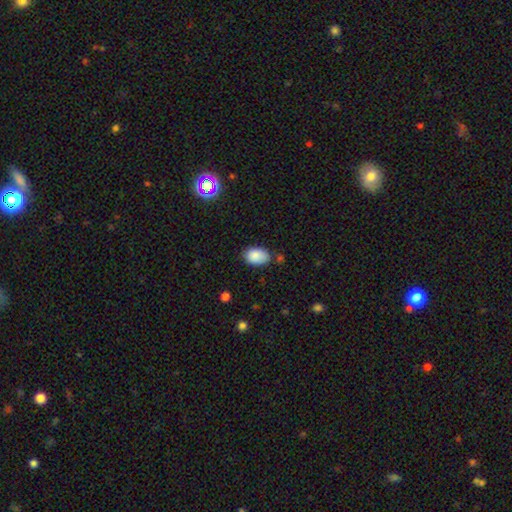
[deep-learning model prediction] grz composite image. It shows a smooth galaxy with no disk features (86%) that is in between round and cigar-shaped (88%). Merging: none (71%).